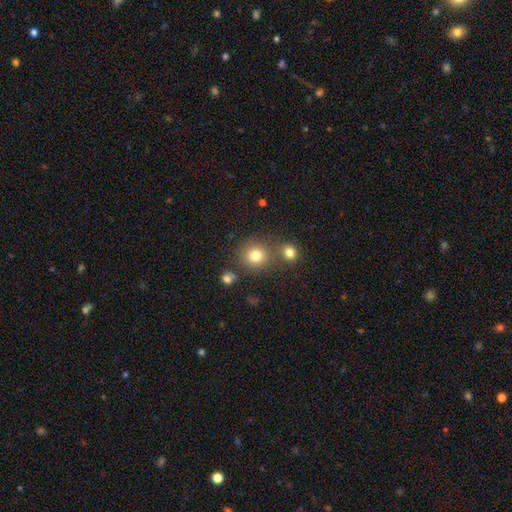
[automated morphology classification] Q: Smooth or featured?
A: smooth (79%); runner-up: star or artifact (14%)
Q: How rounded?
A: round (89%); runner-up: in between (10%)
Q: Merging?
A: none (69%); runner-up: merger (19%)